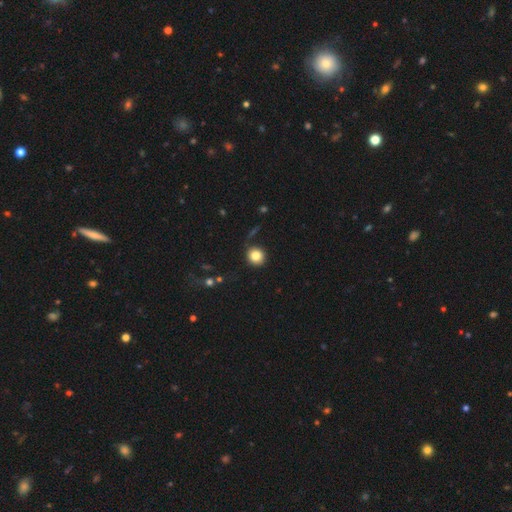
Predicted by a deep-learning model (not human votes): Q: Smooth or featured?
A: smooth (82%); runner-up: star or artifact (10%)
Q: How rounded?
A: round (88%); runner-up: in between (11%)
Q: Merging?
A: none (80%); runner-up: minor disturbance (12%)